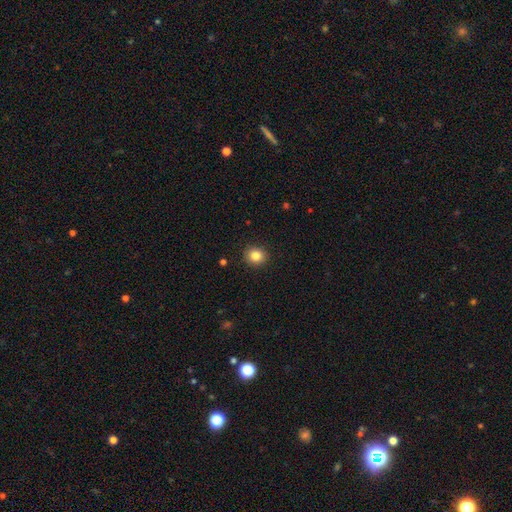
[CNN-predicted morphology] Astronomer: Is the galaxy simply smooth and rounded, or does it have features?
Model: smooth — 84%.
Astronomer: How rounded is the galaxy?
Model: round — 85%.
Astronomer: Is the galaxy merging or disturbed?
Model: none — 91%.